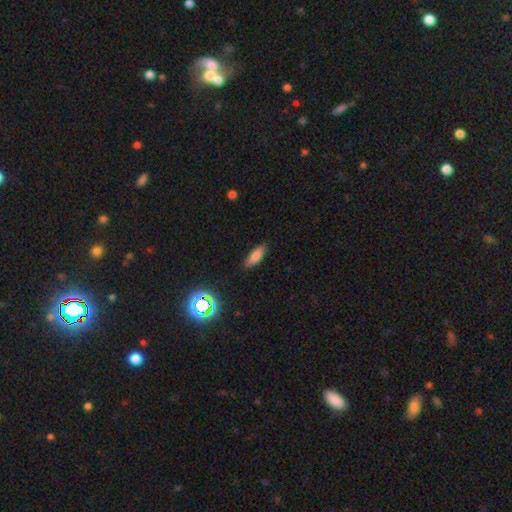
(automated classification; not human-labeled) This is likely a smooth galaxy (77%). How rounded: likely in between (64%). Merging: clearly none (85%).